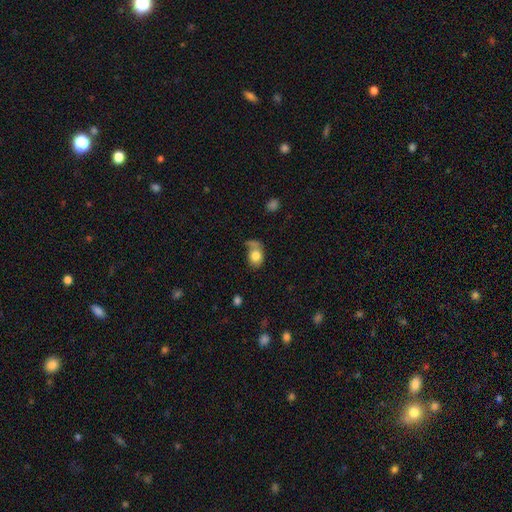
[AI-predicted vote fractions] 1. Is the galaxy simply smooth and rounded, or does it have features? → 78% smooth, 14% featured or disk, 9% star or artifact.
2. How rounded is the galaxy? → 60% in between, 39% round, 1% cigar-shaped.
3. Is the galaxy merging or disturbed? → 38% none, 26% minor disturbance, 23% major disturbance, 13% merger.